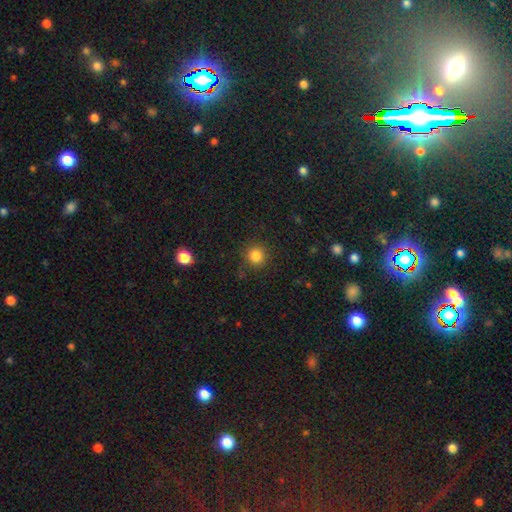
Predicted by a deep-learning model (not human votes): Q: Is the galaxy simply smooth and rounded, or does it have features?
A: smooth — 84%.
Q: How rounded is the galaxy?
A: round — 93%.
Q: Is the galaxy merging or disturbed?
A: none — 87%.